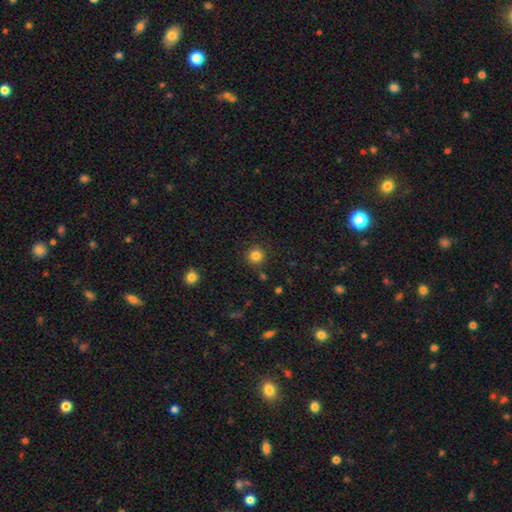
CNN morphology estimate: smooth_or_featured: smooth (p=0.83) [alt: star or artifact p=0.12]
how_rounded: round (p=0.94) [alt: in between p=0.05]
merging: none (p=0.90) [alt: minor disturbance p=0.06]